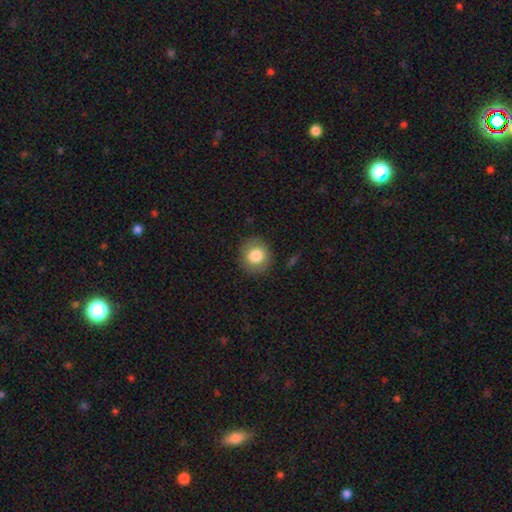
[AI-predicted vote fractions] smooth_or_featured: smooth (p=0.82) [alt: featured or disk p=0.09]
how_rounded: round (p=0.85) [alt: in between p=0.14]
merging: none (p=0.87) [alt: minor disturbance p=0.09]